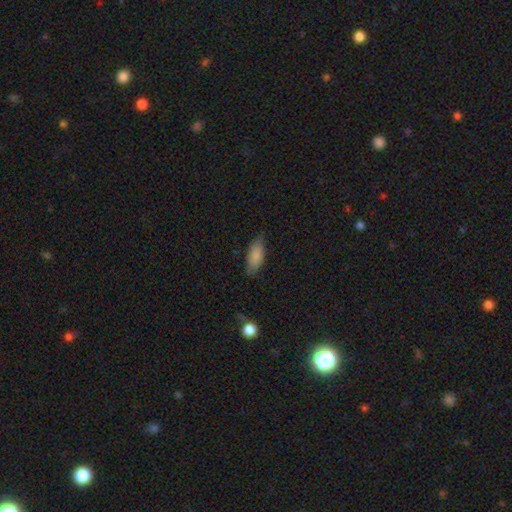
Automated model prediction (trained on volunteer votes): The model was most divided on "merging": none: 76%, minor disturbance: 19%, major disturbance: 4%, merger: 1%. More confident: smooth or featured — smooth (84%); how rounded — in between (82%).